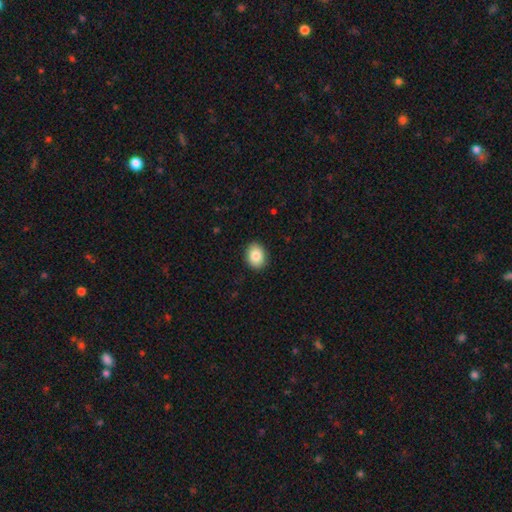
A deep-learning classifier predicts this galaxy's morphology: A smooth galaxy with no disk features (86%) that is in between round and cigar-shaped (61%).

Vote fractions:
- Smooth or featured? smooth: 86% / star or artifact: 8% / featured or disk: 6%
- How rounded? in between: 61% / round: 38% / cigar-shaped: 1%
- Merging? none: 90% / minor disturbance: 8% / major disturbance: 2% / merger: 1%